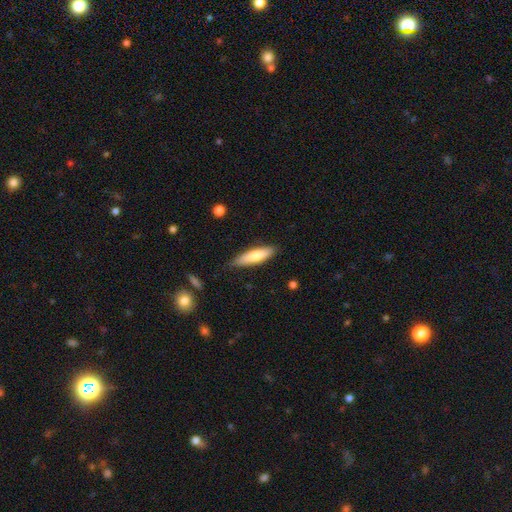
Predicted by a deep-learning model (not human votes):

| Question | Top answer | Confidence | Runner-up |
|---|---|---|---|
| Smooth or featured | smooth | 75% | featured or disk (19%) |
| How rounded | cigar-shaped | 66% | in between (33%) |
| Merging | none | 81% | minor disturbance (15%) |